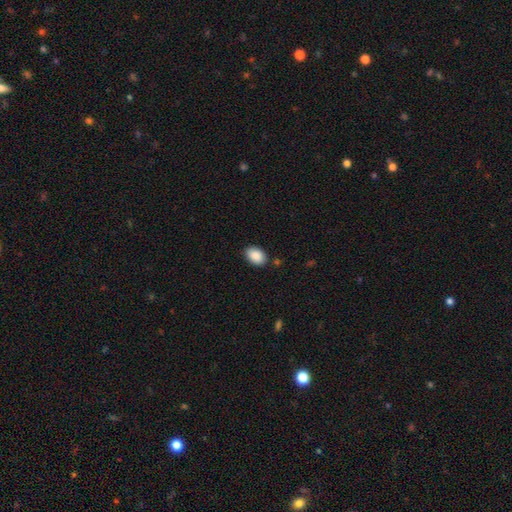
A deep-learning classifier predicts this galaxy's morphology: Smooth or featured?
  - smooth: 89% *
  - star or artifact: 7%
  - featured or disk: 4%
How rounded?
  - in between: 86% *
  - round: 13%
  - cigar-shaped: 1%
Merging?
  - none: 86% *
  - minor disturbance: 10%
  - major disturbance: 2%
  - merger: 2%